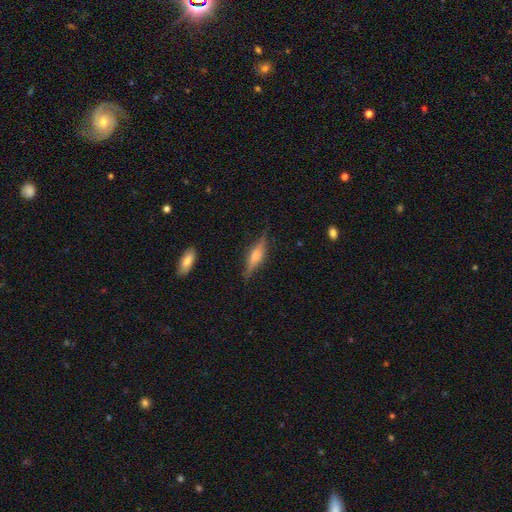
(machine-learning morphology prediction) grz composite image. It shows a featured or disk galaxy (61%) viewed edge-on (95%) with a rounded central bulge (75%). Merging: none (81%).